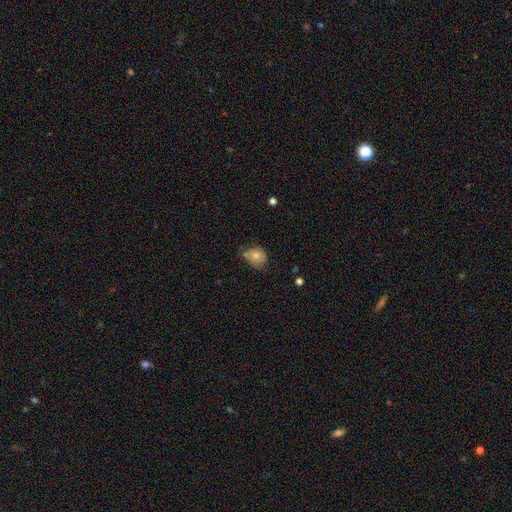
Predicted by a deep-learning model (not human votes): Smooth or featured? smooth (74%)
How rounded? round (61%)
Merging? none (47%)